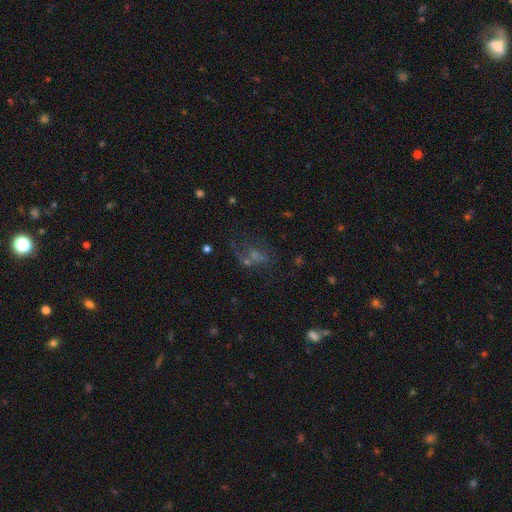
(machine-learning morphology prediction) featured or disk 39%, smooth 33%, star or artifact 28%. Down the decision tree: merging — none (38%).